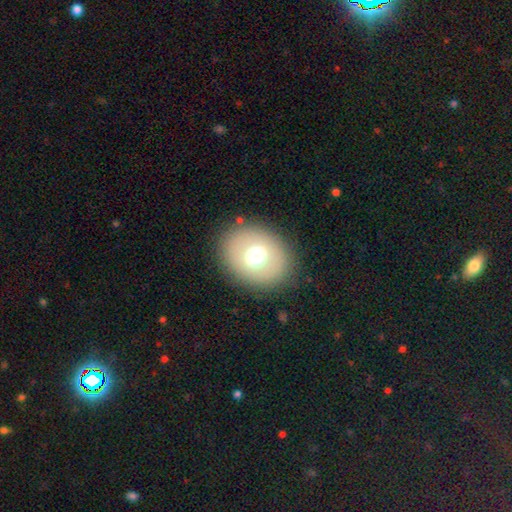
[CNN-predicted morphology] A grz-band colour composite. It shows a smooth galaxy with no disk features (67%) that is round (55%). Merging: none (87%).